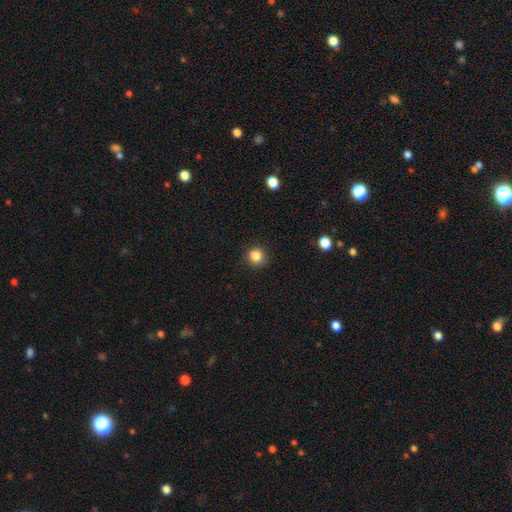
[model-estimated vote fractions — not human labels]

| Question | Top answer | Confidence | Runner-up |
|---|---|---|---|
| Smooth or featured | smooth | 85% | star or artifact (11%) |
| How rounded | round | 87% | in between (12%) |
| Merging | none | 83% | minor disturbance (12%) |